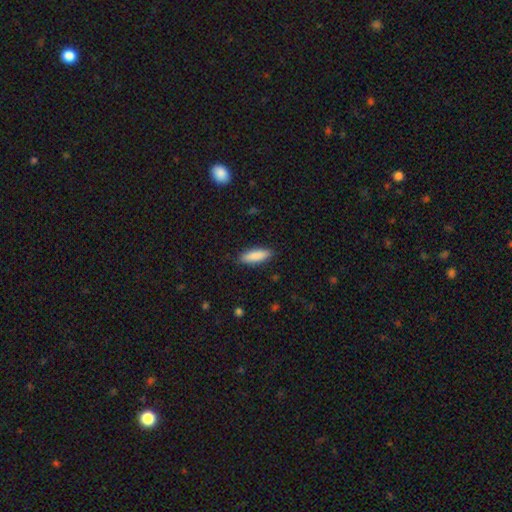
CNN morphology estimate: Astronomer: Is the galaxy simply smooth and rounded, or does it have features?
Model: smooth — 87%.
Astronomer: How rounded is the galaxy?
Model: cigar-shaped — 53% (runner-up: in between, 45%).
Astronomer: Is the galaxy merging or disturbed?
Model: none — 88%.